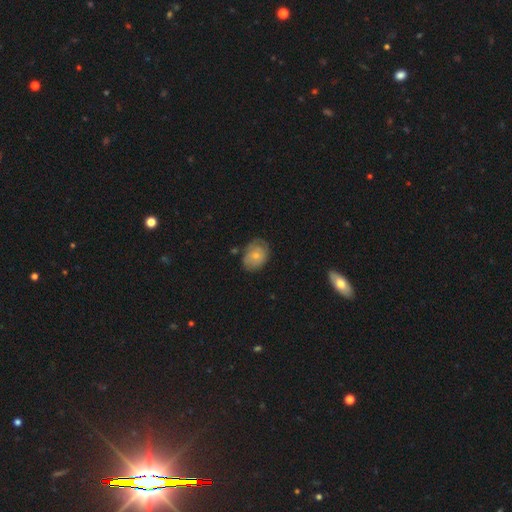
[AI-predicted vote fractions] smooth-or-featured: smooth: 66% | featured or disk: 27% | star or artifact: 7%
  how-rounded: in between: 62% | round: 37% | cigar-shaped: 1%
  merging: none: 60% | minor disturbance: 29% | major disturbance: 9% | merger: 3%